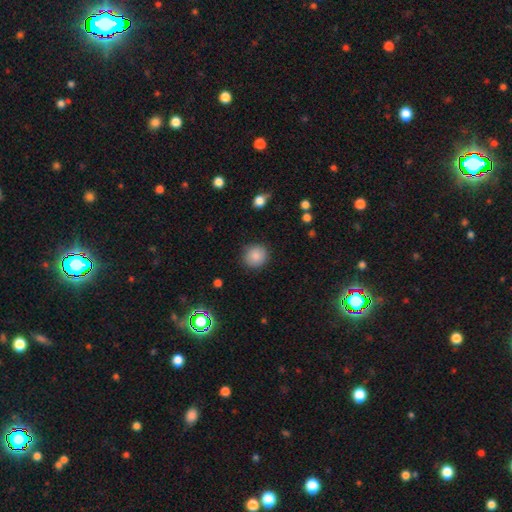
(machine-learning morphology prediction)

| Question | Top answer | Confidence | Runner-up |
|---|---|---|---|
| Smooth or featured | smooth | 85% | star or artifact (9%) |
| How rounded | round | 90% | in between (9%) |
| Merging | none | 87% | minor disturbance (9%) |